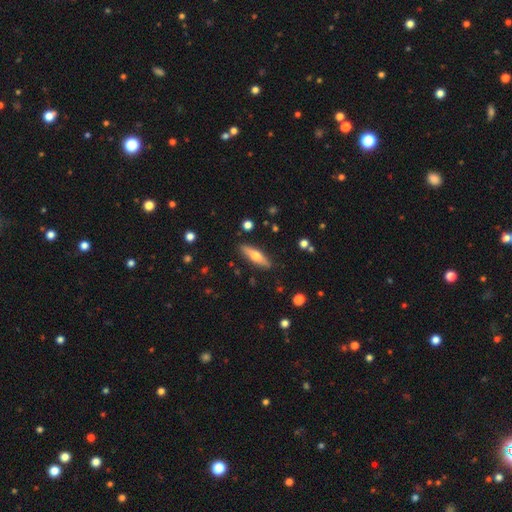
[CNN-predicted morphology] Smooth or featured?
  - smooth: 49% *
  - featured or disk: 45%
  - star or artifact: 6%
Merging?
  - none: 87% *
  - minor disturbance: 9%
  - major disturbance: 2%
  - merger: 2%